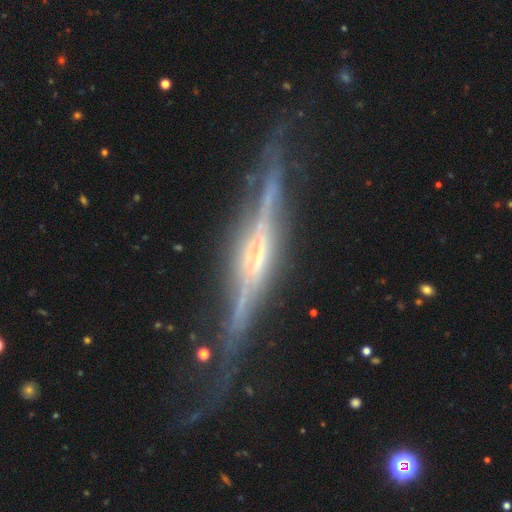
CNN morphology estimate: A featured or disk galaxy (88%) viewed edge-on (97%) with a rounded central bulge (54%). Merging: none (78%).